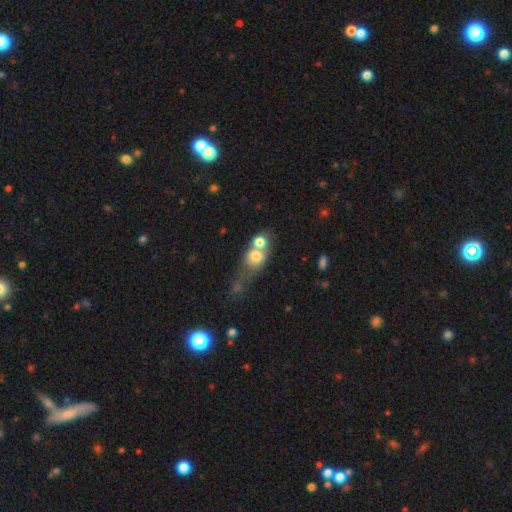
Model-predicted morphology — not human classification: smooth-or-featured: smooth: 67% | featured or disk: 23% | star or artifact: 11%
  how-rounded: round: 48% | in between: 45% | cigar-shaped: 6%
  merging: merger: 66% | none: 19% | minor disturbance: 8% | major disturbance: 8%